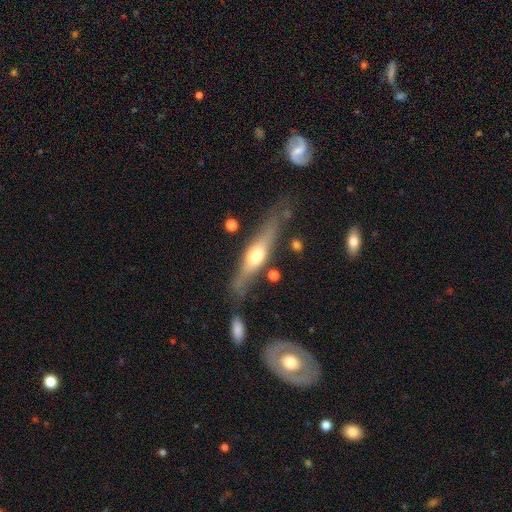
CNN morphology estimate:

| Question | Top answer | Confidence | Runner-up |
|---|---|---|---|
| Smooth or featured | featured or disk | 60% | smooth (35%) |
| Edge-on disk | yes | 91% | no (9%) |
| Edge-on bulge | rounded | 89% | boxy (6%) |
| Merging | none | 74% | minor disturbance (17%) |